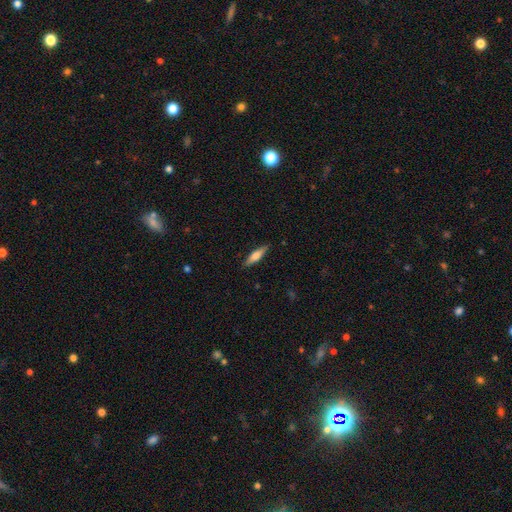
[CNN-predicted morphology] smooth 60%, featured or disk 34%, star or artifact 6%. Down the decision tree: how rounded — cigar-shaped (69%); merging — none (87%).